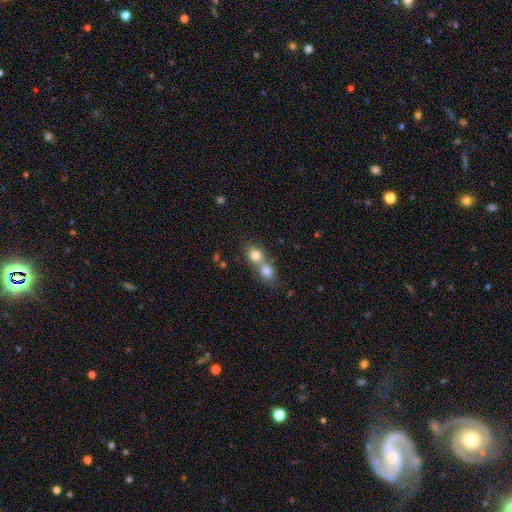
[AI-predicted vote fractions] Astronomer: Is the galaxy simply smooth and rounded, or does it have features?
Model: smooth — 78%.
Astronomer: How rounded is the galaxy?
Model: round — 61% (runner-up: in between, 37%).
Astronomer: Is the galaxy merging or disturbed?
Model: merger — 67%.